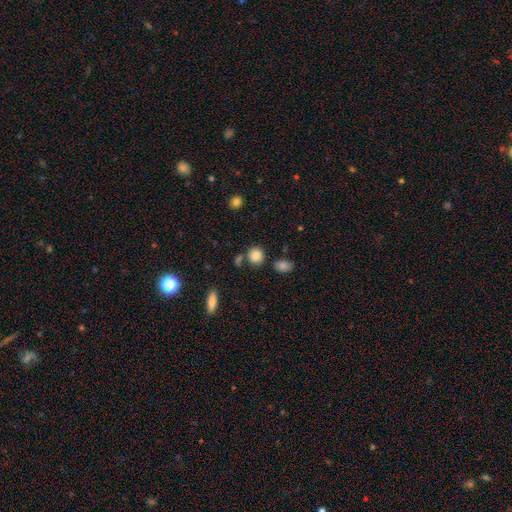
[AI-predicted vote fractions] This appears to be a smooth galaxy with no disk features (84%) that is round (83%). Merging: none (72%).